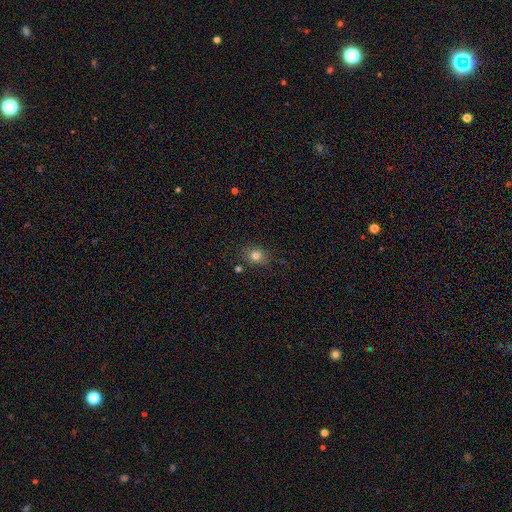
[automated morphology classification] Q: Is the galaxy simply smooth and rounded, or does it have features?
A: smooth — 78%.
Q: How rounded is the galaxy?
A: round — 67%.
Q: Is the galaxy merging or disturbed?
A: none — 81%.